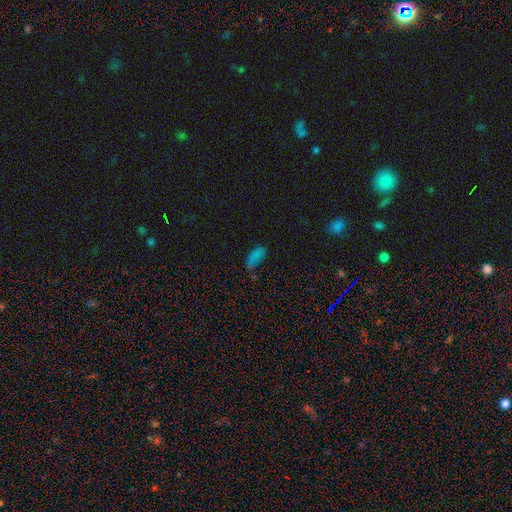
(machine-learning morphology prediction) Q: Smooth or featured?
A: smooth (66%); runner-up: star or artifact (25%)
Q: How rounded?
A: in between (81%); runner-up: cigar-shaped (14%)
Q: Merging?
A: none (63%); runner-up: minor disturbance (23%)